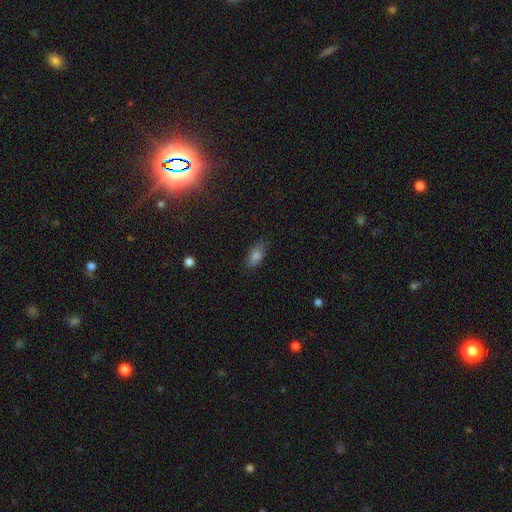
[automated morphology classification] Smooth or featured? Predicted: smooth (p=0.76). How rounded? Predicted: in between (p=0.85). Merging? Predicted: none (p=0.80).